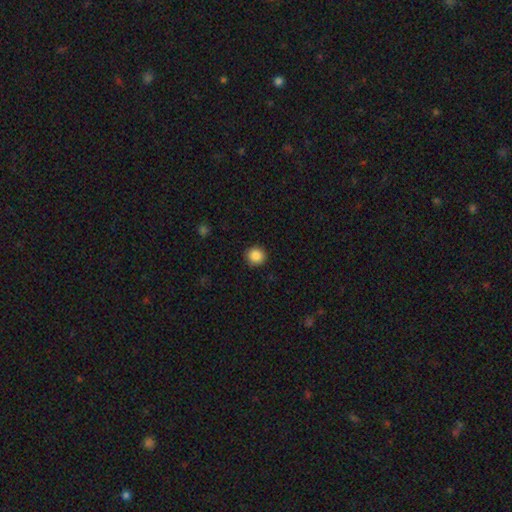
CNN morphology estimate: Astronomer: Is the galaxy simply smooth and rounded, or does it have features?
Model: smooth — 87%.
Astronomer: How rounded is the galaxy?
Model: round — 94%.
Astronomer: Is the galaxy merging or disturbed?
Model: none — 92%.